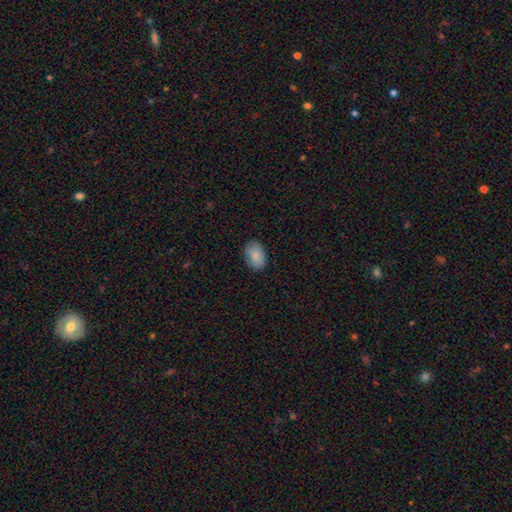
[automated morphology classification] A smooth galaxy with no disk features (87%) that is in between round and cigar-shaped (85%). Merging: none (85%).